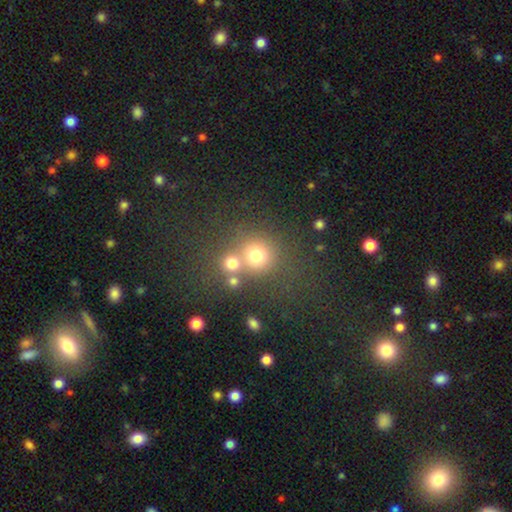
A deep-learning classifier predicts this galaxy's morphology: A smooth galaxy with no disk features (72%) that is round (87%). Merging: none (51%).